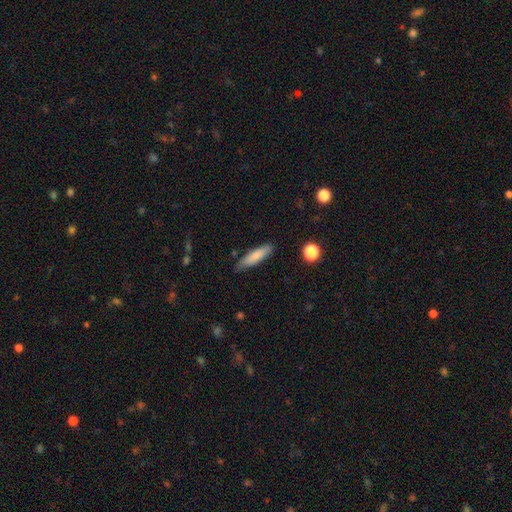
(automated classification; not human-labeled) Smooth or featured? Predicted: smooth (p=0.80). How rounded? Predicted: cigar-shaped (p=0.77). Merging? Predicted: none (p=0.81).